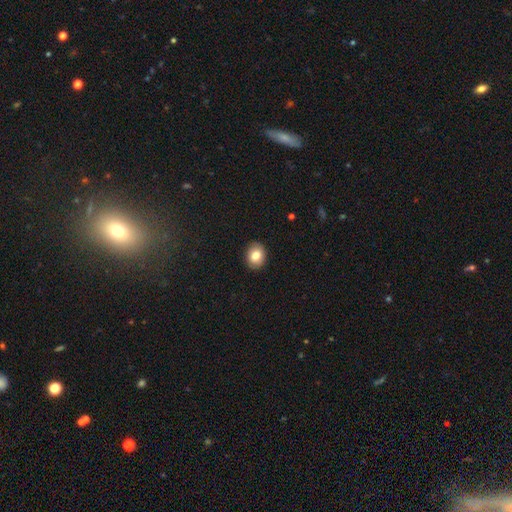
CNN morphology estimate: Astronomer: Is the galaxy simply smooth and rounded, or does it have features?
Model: smooth — 80%.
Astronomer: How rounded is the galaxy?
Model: in between — 51% (runner-up: round, 48%).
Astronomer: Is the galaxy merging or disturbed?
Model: none — 90%.